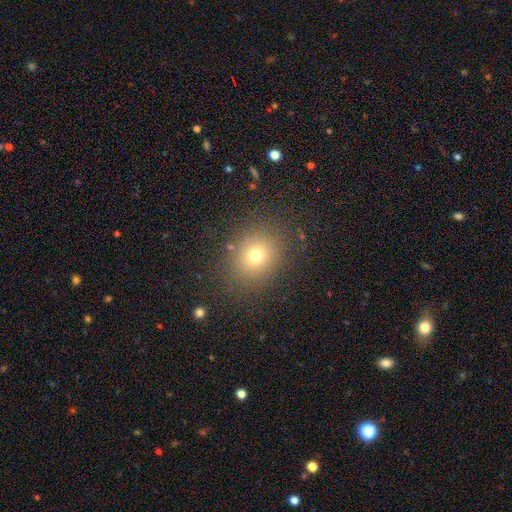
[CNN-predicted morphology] The model was most divided on "how rounded": round: 70%, in between: 29%, cigar-shaped: 1%. More confident: merging — none (85%); smooth or featured — smooth (72%).